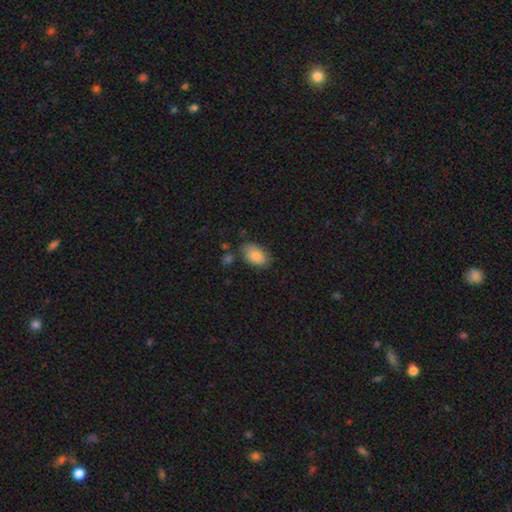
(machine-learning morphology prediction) type=smooth (85%); roundness=in between (92%); merging=none (74%).